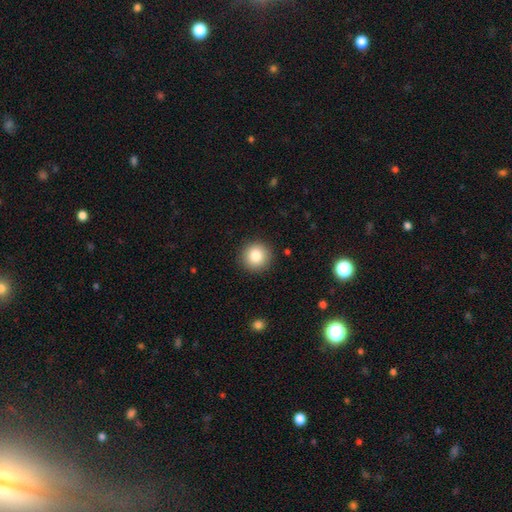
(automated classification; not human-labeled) Smooth or featured? Predicted: smooth (p=0.83). How rounded? Predicted: round (p=0.95). Merging? Predicted: none (p=0.91).